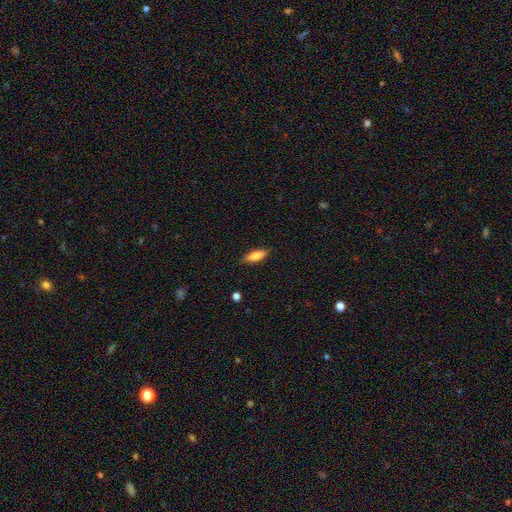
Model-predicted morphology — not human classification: Smooth or featured?
  - smooth: 73% *
  - featured or disk: 21%
  - star or artifact: 6%
How rounded?
  - cigar-shaped: 53% *
  - in between: 45%
  - round: 2%
Merging?
  - none: 86% *
  - minor disturbance: 11%
  - major disturbance: 2%
  - merger: 1%